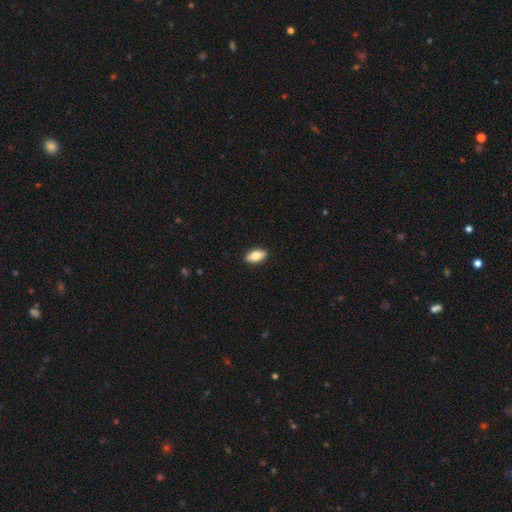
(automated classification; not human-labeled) A smooth galaxy with no disk features (77%) that is in between round and cigar-shaped (87%).

Vote fractions:
- Smooth or featured? smooth: 77% / featured or disk: 17% / star or artifact: 6%
- How rounded? in between: 87% / cigar-shaped: 9% / round: 4%
- Merging? none: 90% / minor disturbance: 7% / major disturbance: 2% / merger: 1%